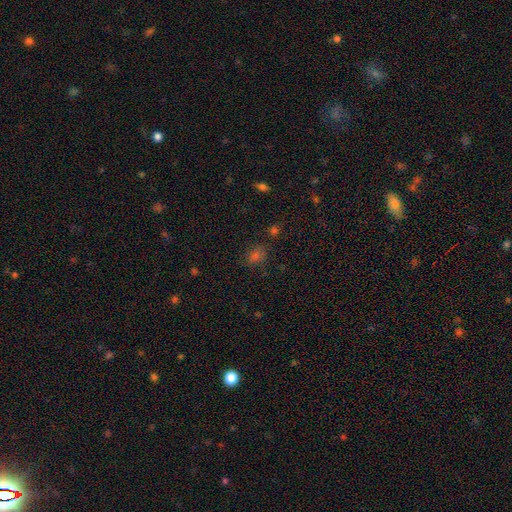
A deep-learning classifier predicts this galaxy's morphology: This is possibly a smooth galaxy (57%). How rounded: possibly in between (52%). Merging: likely none (77%).